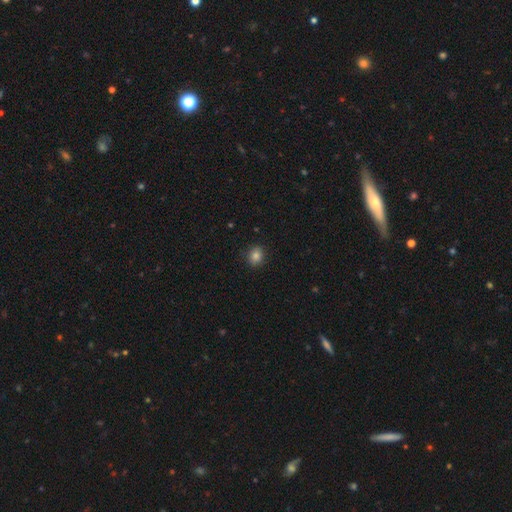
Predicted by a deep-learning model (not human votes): smooth-or-featured: smooth: 84% | star or artifact: 11% | featured or disk: 5%
  how-rounded: round: 65% | in between: 34% | cigar-shaped: 1%
  merging: none: 87% | minor disturbance: 9% | major disturbance: 2% | merger: 1%